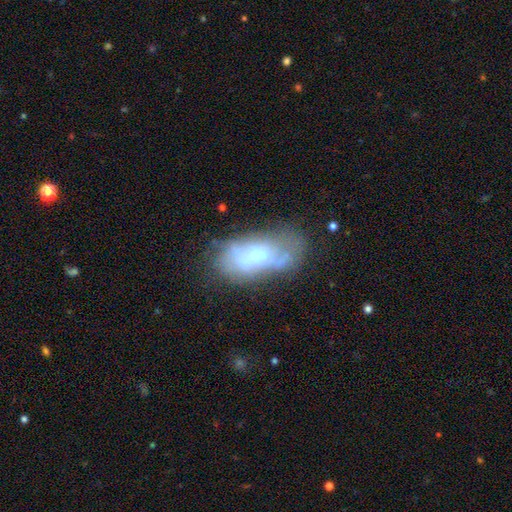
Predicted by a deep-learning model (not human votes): The model was most divided on "smooth or featured": featured or disk: 48%, smooth: 42%, star or artifact: 10%. Remaining: merging — none (37%).